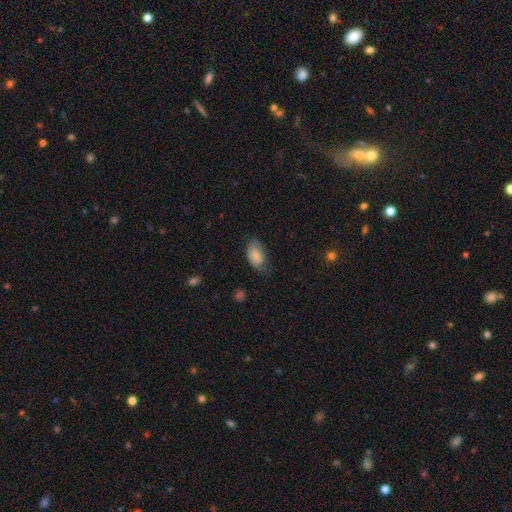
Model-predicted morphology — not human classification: This appears to be a smooth galaxy with no disk features (79%) that is in between round and cigar-shaped (93%). Merging: none (55%).